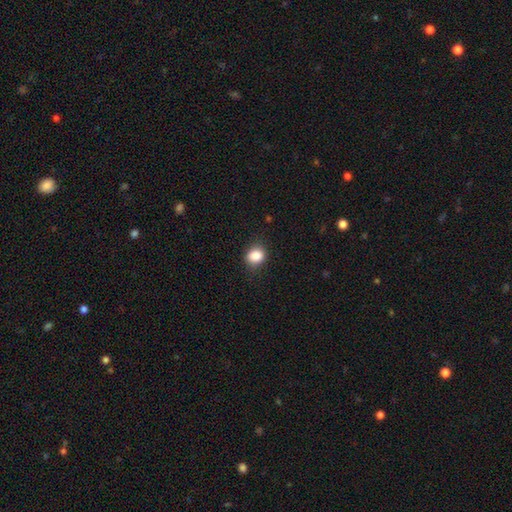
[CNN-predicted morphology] smooth 87%, star or artifact 10%, featured or disk 4%. Down the decision tree: how rounded — round (64%); merging — none (82%).